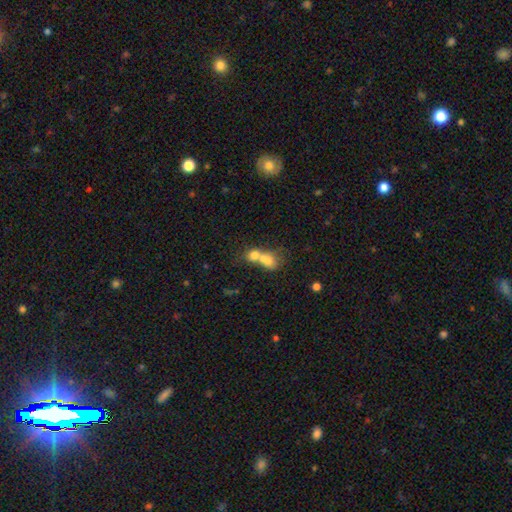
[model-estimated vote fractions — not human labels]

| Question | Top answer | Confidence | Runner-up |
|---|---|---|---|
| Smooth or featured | smooth | 69% | featured or disk (19%) |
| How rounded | round | 49% | tied: in between (49%) |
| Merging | merger | 71% | none (19%) |